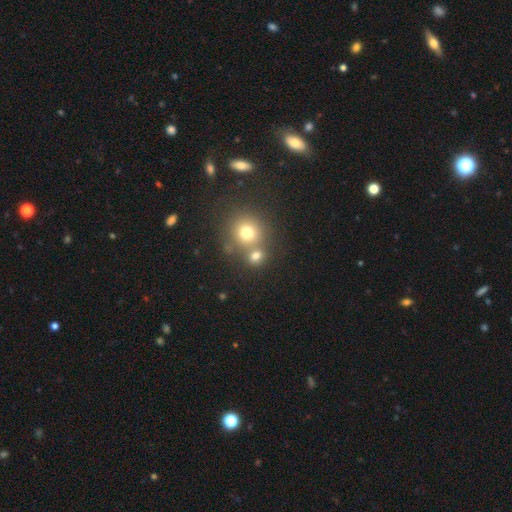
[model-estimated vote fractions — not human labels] A smooth galaxy with no disk features (73%) that is round (80%).

Vote fractions:
- Smooth or featured? smooth: 73% / star or artifact: 16% / featured or disk: 10%
- How rounded? round: 80% / in between: 19% / cigar-shaped: 1%
- Merging? none: 51% / merger: 38% / minor disturbance: 8% / major disturbance: 4%